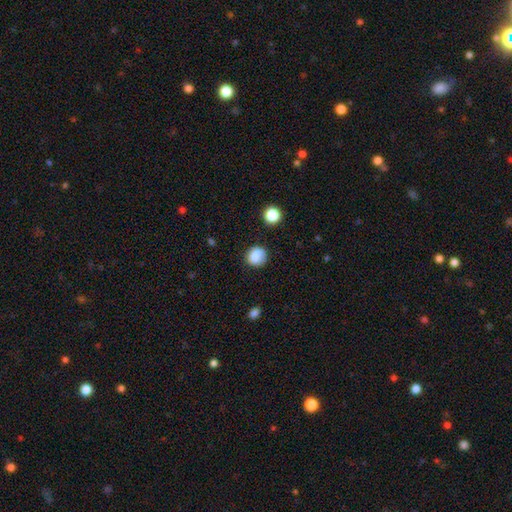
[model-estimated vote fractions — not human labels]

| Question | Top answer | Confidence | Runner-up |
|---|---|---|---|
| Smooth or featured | smooth | 83% | star or artifact (9%) |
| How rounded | round | 87% | in between (12%) |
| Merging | none | 79% | minor disturbance (15%) |